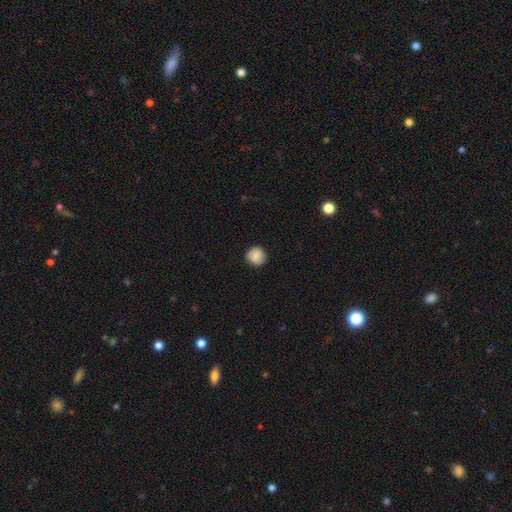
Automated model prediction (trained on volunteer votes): This appears to be a smooth galaxy with no disk features (83%) that is round (92%). Merging: none (88%).